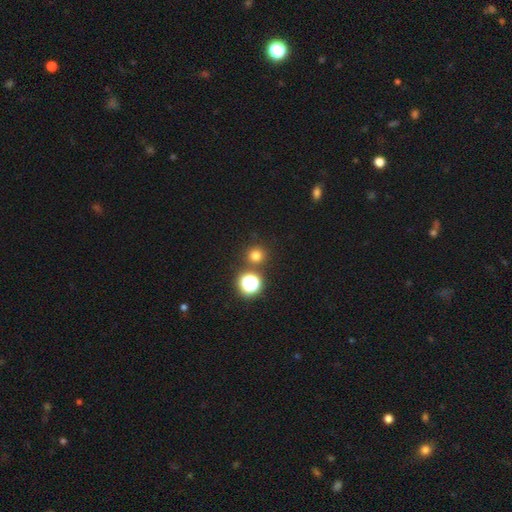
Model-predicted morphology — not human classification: type=smooth (73%); roundness=round (95%); merging=none (85%).